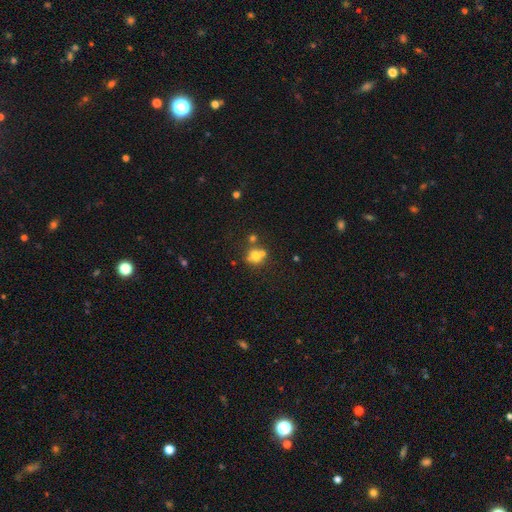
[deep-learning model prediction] smooth-or-featured: smooth: 68% | featured or disk: 17% | star or artifact: 14%
  how-rounded: round: 78% | in between: 21% | cigar-shaped: 1%
  merging: none: 48% | merger: 38% | minor disturbance: 10% | major disturbance: 4%